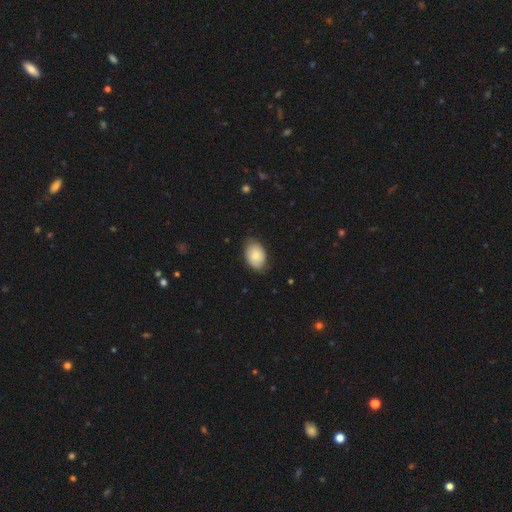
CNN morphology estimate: smooth-or-featured: smooth: 77% | featured or disk: 16% | star or artifact: 7%
  how-rounded: in between: 84% | round: 15% | cigar-shaped: 1%
  merging: none: 77% | minor disturbance: 19% | major disturbance: 3% | merger: 1%